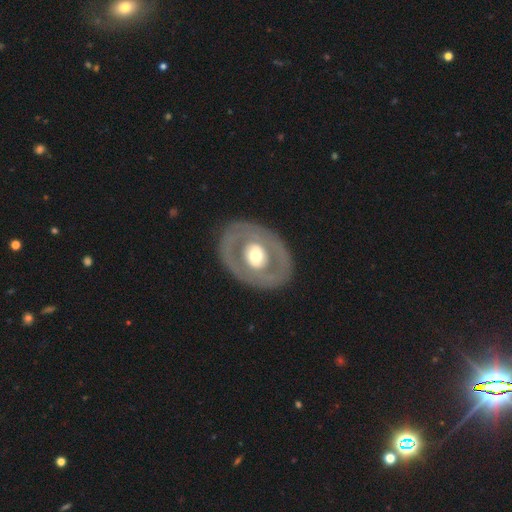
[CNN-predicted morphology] type=featured or disk (63%); edge-on=no (93%); bar=no (75%); spiral arms=no (85%); bulge=moderate (61%); merging=none (83%).